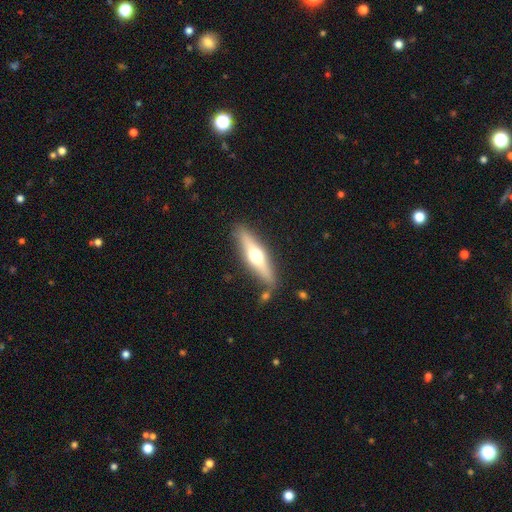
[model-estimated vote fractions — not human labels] Smooth or featured? Predicted: featured or disk (p=0.56). Edge-on disk? Predicted: yes (p=0.91). Edge-on bulge? Predicted: rounded (p=0.95). Merging? Predicted: none (p=0.82).